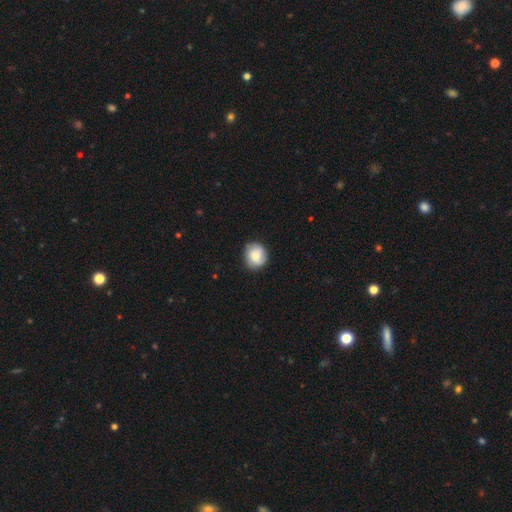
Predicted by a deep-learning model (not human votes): smooth-or-featured: smooth: 70% | featured or disk: 22% | star or artifact: 7%
  how-rounded: round: 83% | in between: 16% | cigar-shaped: 1%
  merging: none: 82% | minor disturbance: 14% | major disturbance: 3% | merger: 1%